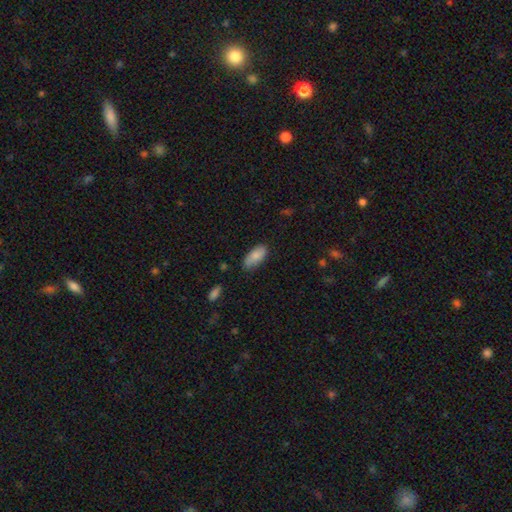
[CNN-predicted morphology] Q: Smooth or featured?
A: smooth (85%); runner-up: featured or disk (9%)
Q: How rounded?
A: in between (90%); runner-up: cigar-shaped (8%)
Q: Merging?
A: none (75%); runner-up: minor disturbance (20%)